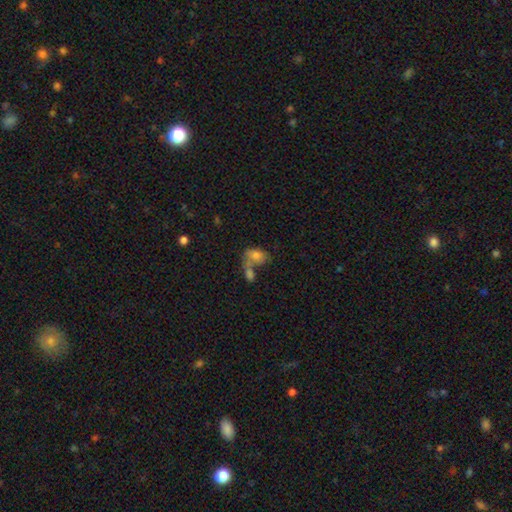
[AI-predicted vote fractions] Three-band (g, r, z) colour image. It shows a smooth galaxy with no disk features (73%) that is in between round and cigar-shaped (86%). Merging: merger (49%).